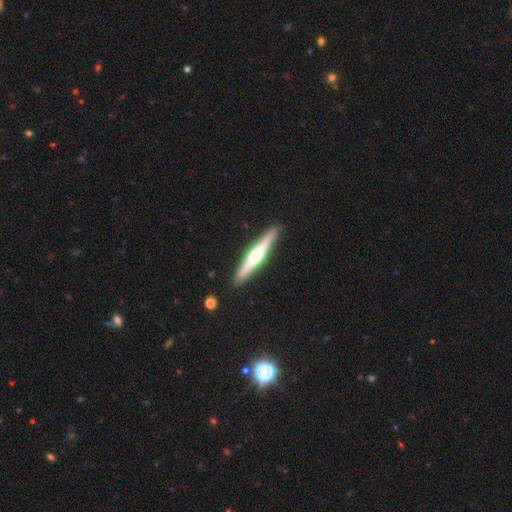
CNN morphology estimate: smooth-or-featured: featured or disk: 64% | smooth: 32% | star or artifact: 5%
  disk-edge-on: yes: 97% | no: 3%
    edge-on-bulge: rounded: 83% | none: 9% | boxy: 8%
  merging: none: 91% | minor disturbance: 6% | major disturbance: 1% | merger: 1%